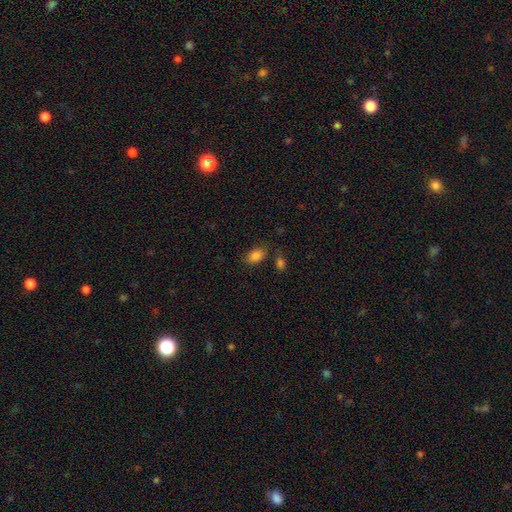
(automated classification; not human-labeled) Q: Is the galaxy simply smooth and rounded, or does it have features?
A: smooth — 86%.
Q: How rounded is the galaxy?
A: in between — 88%.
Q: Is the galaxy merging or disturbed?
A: none — 75%.